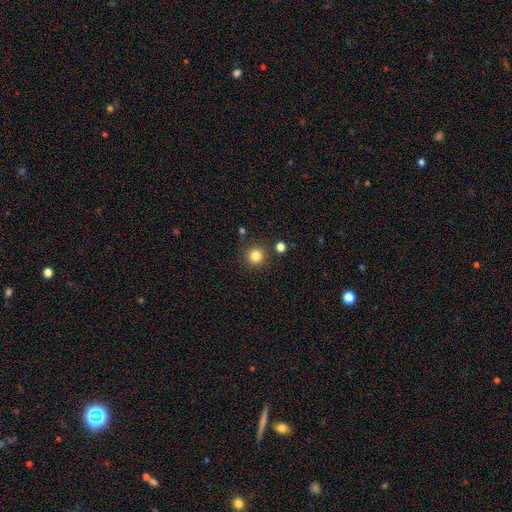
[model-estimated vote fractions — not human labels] Smooth or featured: smooth — 83% (star or artifact — 12%)
How rounded: round — 95% (in between — 4%)
Merging: none — 86% (minor disturbance — 7%)